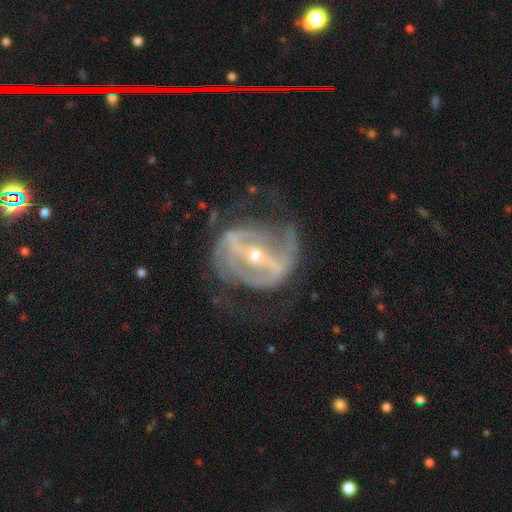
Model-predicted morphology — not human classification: Smooth or featured: featured or disk — 86% (smooth — 8%)
Edge-on disk: no — 93% (yes — 7%)
Bar: strong — 72% (weak — 19%)
Spiral arms: yes — 73% (no — 27%)
Spiral winding: medium — 41% (tight — 31%)
Spiral arm count: 2 — 64% (can't tell — 20%)
Bulge size: small — 56% (moderate — 41%)
Merging: none — 46% (major disturbance — 30%)